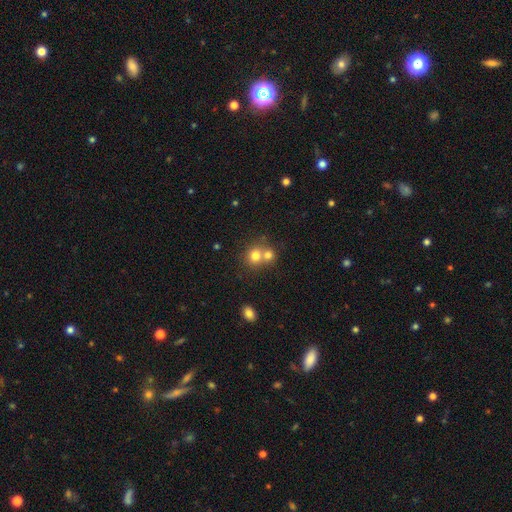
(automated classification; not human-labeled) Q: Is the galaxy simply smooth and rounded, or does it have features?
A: smooth — 75%.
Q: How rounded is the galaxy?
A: round — 83%.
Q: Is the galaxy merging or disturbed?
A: merger — 52%.